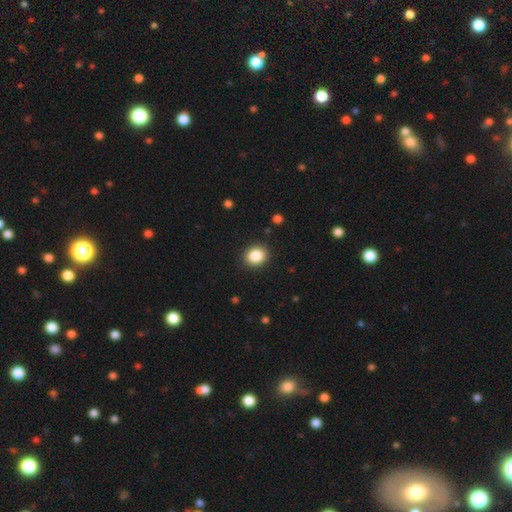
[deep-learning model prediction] A smooth galaxy with no disk features (86%) that is round (66%).

Vote fractions:
- Smooth or featured? smooth: 86% / star or artifact: 10% / featured or disk: 5%
- How rounded? round: 66% / in between: 33% / cigar-shaped: 1%
- Merging? none: 90% / minor disturbance: 7% / major disturbance: 2% / merger: 1%